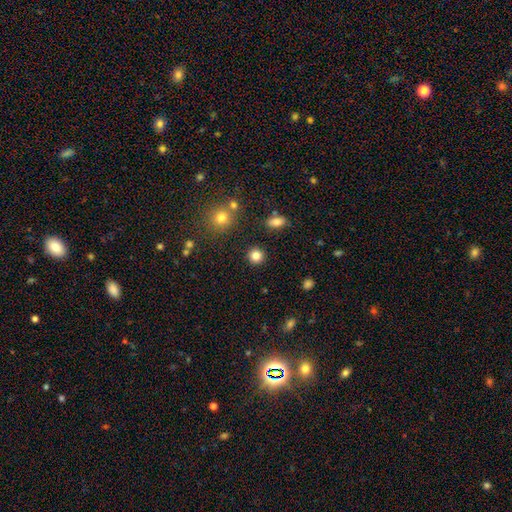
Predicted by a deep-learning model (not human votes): This is clearly a smooth galaxy (84%). How rounded: clearly round (93%). Merging: clearly none (91%).